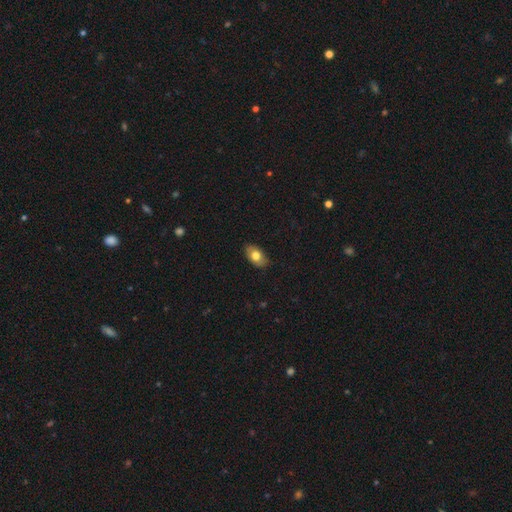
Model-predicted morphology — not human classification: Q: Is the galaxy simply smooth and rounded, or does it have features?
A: smooth — 75%.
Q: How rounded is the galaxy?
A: in between — 89%.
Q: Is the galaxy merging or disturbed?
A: none — 84%.